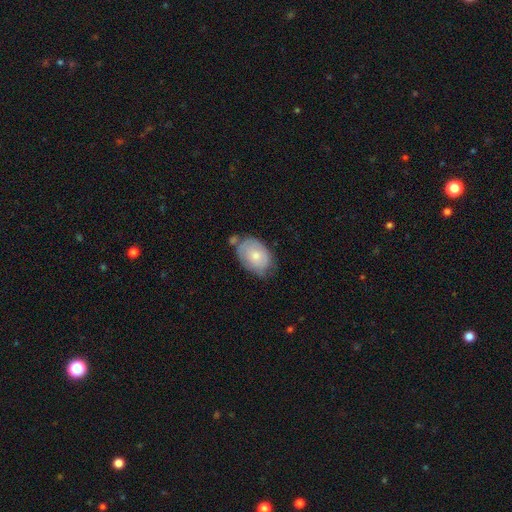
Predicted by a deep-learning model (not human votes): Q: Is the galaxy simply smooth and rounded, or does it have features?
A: smooth — 64%.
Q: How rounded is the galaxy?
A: in between — 82%.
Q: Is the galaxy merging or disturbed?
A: none — 51%.